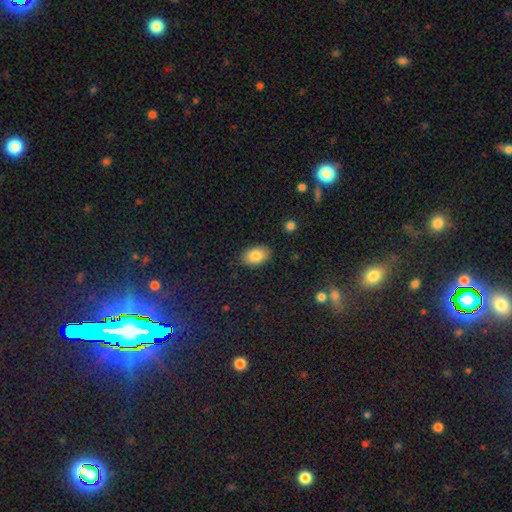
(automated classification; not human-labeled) Smooth or featured: smooth — 84% (star or artifact — 8%)
How rounded: in between — 90% (round — 9%)
Merging: none — 84% (minor disturbance — 12%)